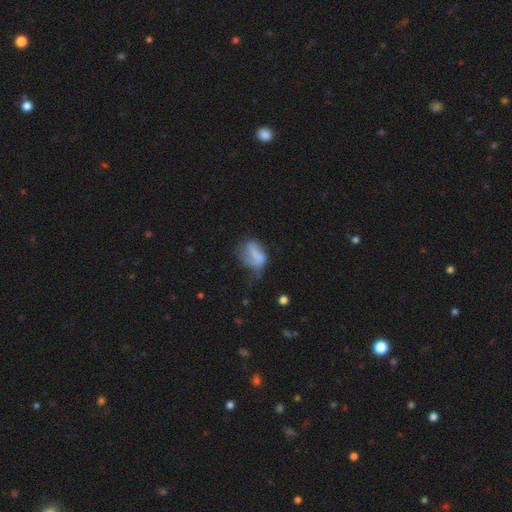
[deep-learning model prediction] Q: Smooth or featured?
A: smooth (60%); runner-up: featured or disk (29%)
Q: How rounded?
A: in between (77%); runner-up: round (18%)
Q: Merging?
A: major disturbance (35%); runner-up: minor disturbance (31%)